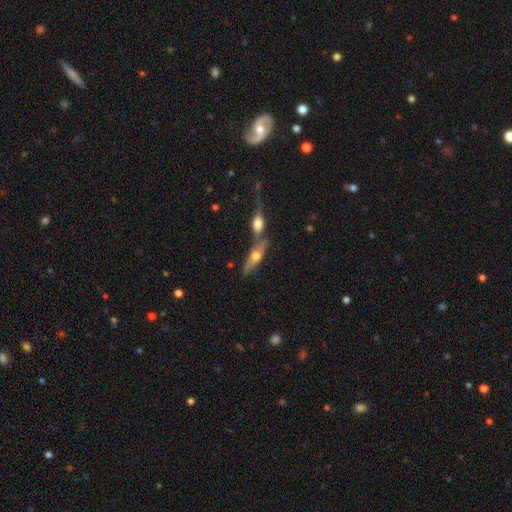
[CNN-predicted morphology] Smooth or featured? Predicted: featured or disk (p=0.49). Merging? Predicted: merger (p=0.50).